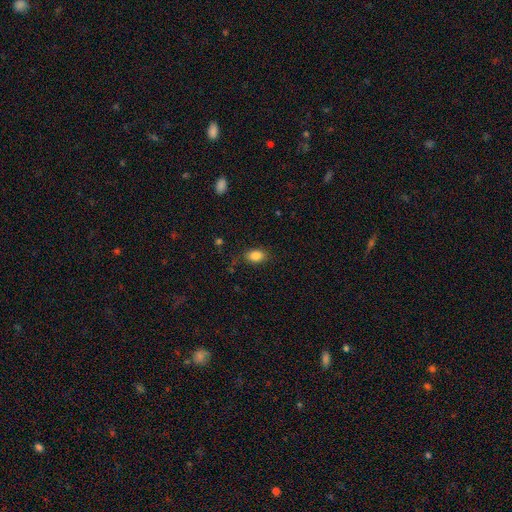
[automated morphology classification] This is clearly a smooth galaxy (86%). How rounded: clearly in between (82%). Merging: clearly none (80%).